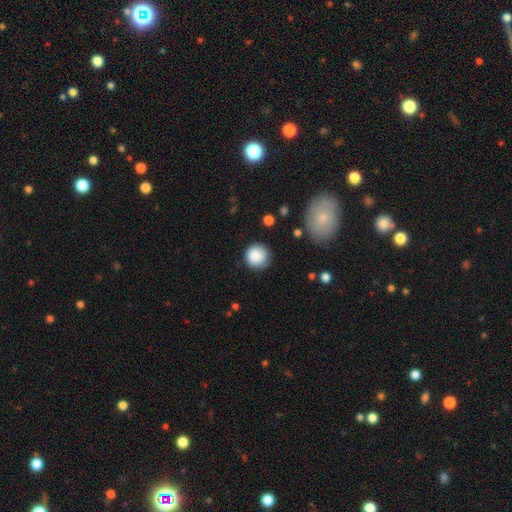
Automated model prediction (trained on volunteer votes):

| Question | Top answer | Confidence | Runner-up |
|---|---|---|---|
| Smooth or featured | smooth | 87% | star or artifact (8%) |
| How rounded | round | 93% | in between (6%) |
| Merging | none | 83% | minor disturbance (12%) |